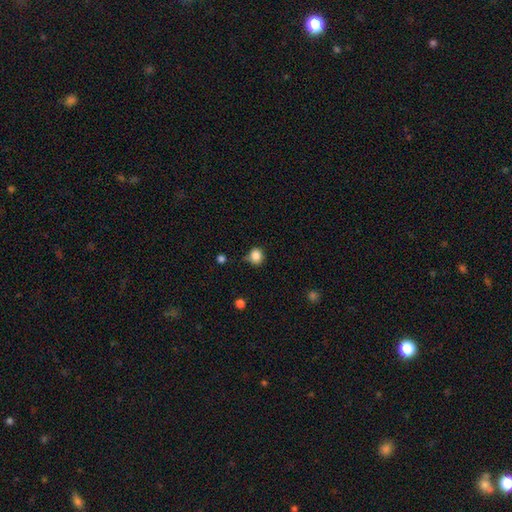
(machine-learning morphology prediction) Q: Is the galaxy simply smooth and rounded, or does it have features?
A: smooth — 85%.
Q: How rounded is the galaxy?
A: round — 85%.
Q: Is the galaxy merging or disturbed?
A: none — 71%.